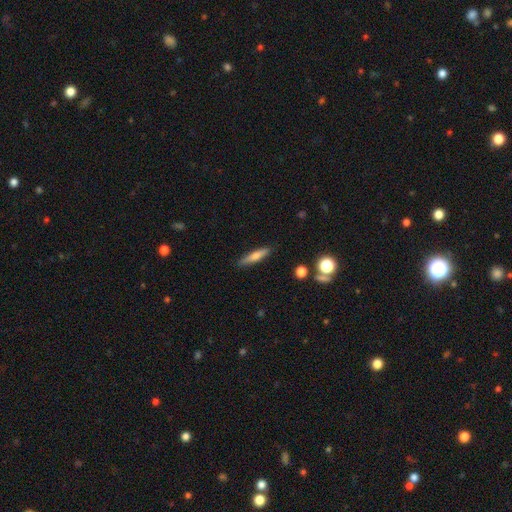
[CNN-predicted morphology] Smooth or featured?
  - smooth: 59% *
  - featured or disk: 34%
  - star or artifact: 7%
How rounded?
  - cigar-shaped: 84% *
  - in between: 14%
  - round: 2%
Merging?
  - none: 88% *
  - minor disturbance: 9%
  - major disturbance: 2%
  - merger: 2%